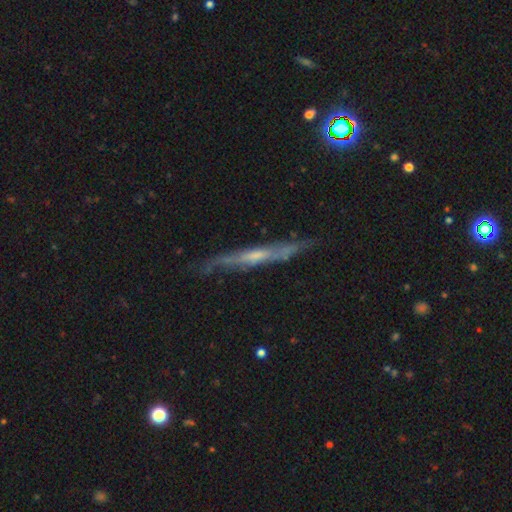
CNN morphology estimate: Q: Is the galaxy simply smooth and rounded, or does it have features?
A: featured or disk — 68%.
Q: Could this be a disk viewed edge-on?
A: yes — 85%.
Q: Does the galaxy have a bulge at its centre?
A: none — 60%.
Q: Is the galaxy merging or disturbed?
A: none — 71%.